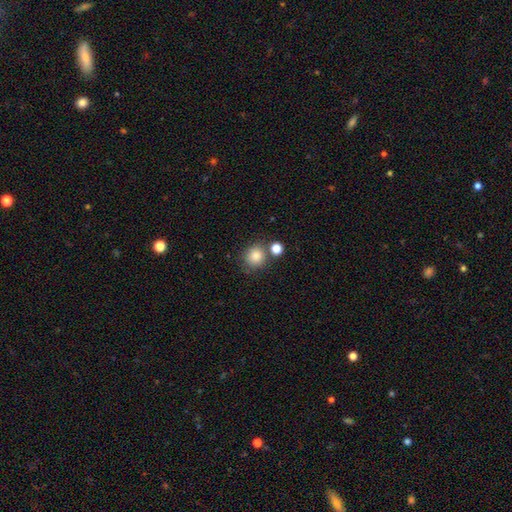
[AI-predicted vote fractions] Smooth or featured? smooth (84%)
How rounded? round (81%)
Merging? none (69%)